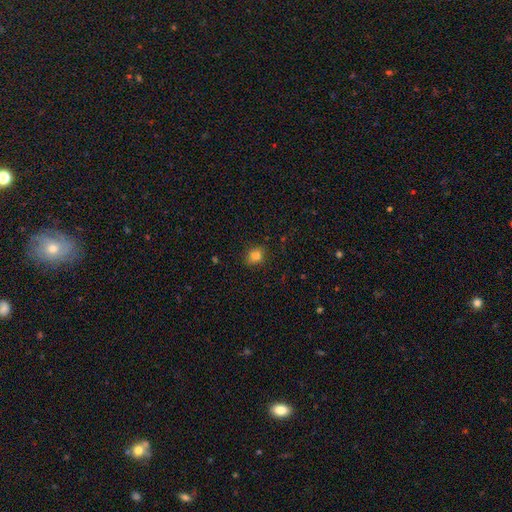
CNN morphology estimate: Smooth or featured: smooth — 81% (star or artifact — 13%)
How rounded: round — 58% (in between — 41%)
Merging: none — 81% (minor disturbance — 14%)